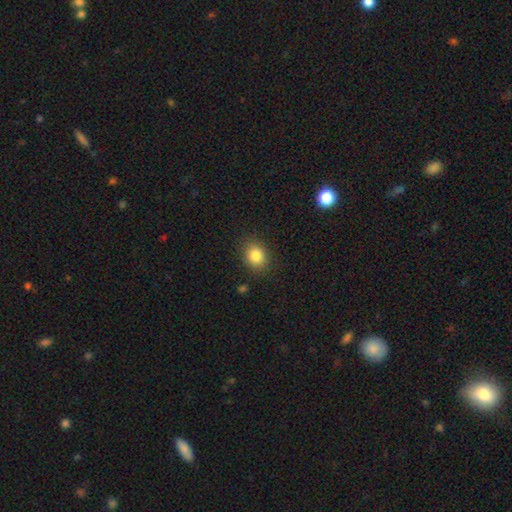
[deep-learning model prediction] Q: Smooth or featured?
A: smooth (84%); runner-up: star or artifact (10%)
Q: How rounded?
A: round (61%); runner-up: in between (38%)
Q: Merging?
A: none (86%); runner-up: minor disturbance (10%)